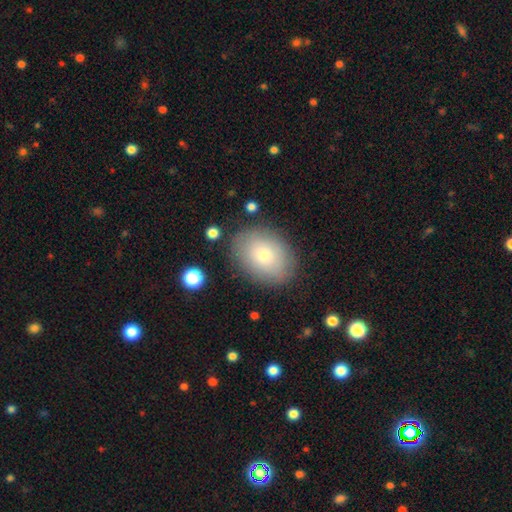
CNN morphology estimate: This is likely a smooth galaxy (74%). How rounded: likely in between (71%). Merging: clearly none (83%).